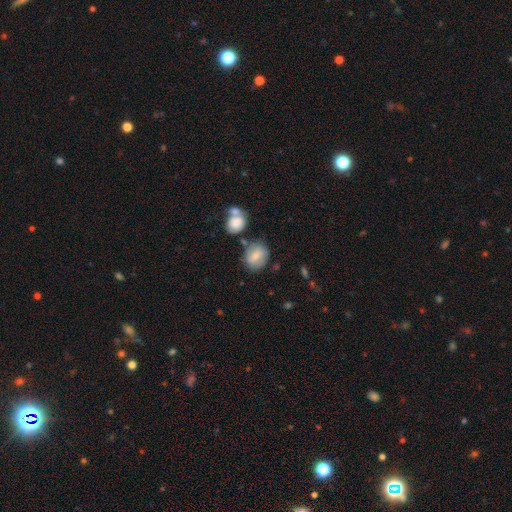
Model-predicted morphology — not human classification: smooth_or_featured: smooth (p=0.72) [alt: featured or disk p=0.19]
how_rounded: round (p=0.60) [alt: in between p=0.39]
merging: none (p=0.69) [alt: minor disturbance p=0.15]